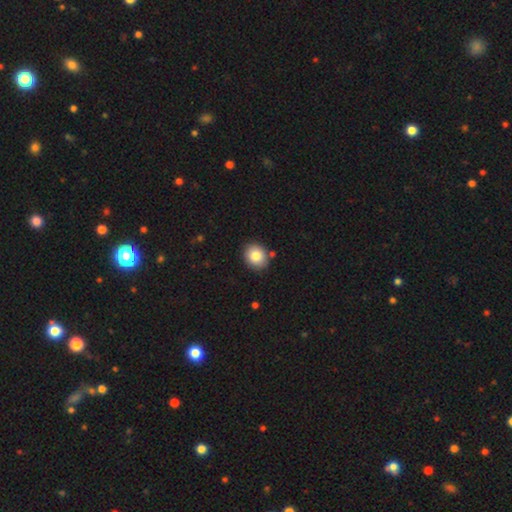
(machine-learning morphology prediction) smooth 83%, star or artifact 9%, featured or disk 8%. Down the decision tree: how rounded — round (64%); merging — none (85%).